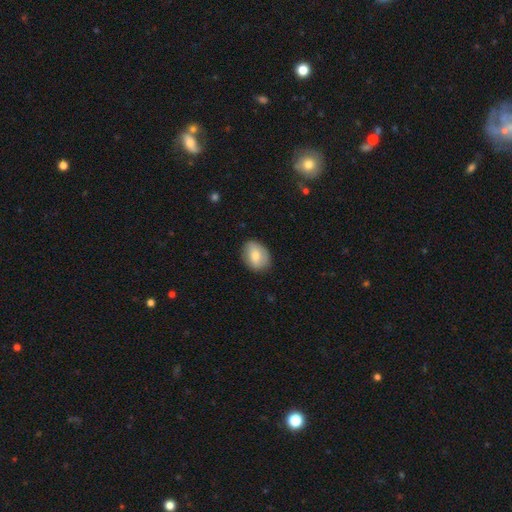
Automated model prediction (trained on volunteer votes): This appears to be a smooth galaxy with no disk features (71%) that is in between round and cigar-shaped (64%). Merging: none (83%).